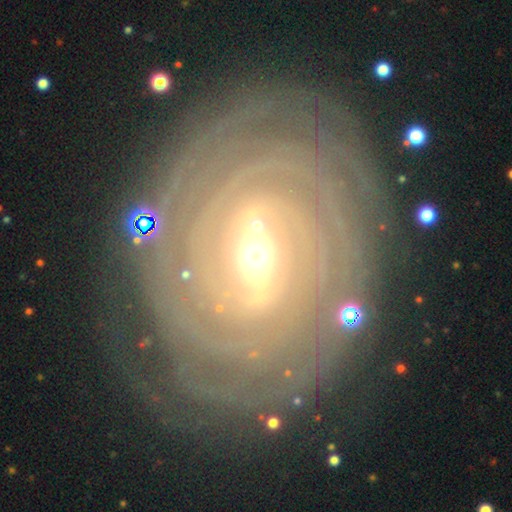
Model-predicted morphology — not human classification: This is clearly a featured or disk galaxy (89%). It is clearly not viewed edge-on (96%). Bar: marginally weak (39%). Spiral arm pattern: clearly yes (95%). Spiral arm count: marginally 2 (29%). Spiral winding: likely tight (75%). Central bulge: possibly moderate (57%). Merging: likely none (76%).